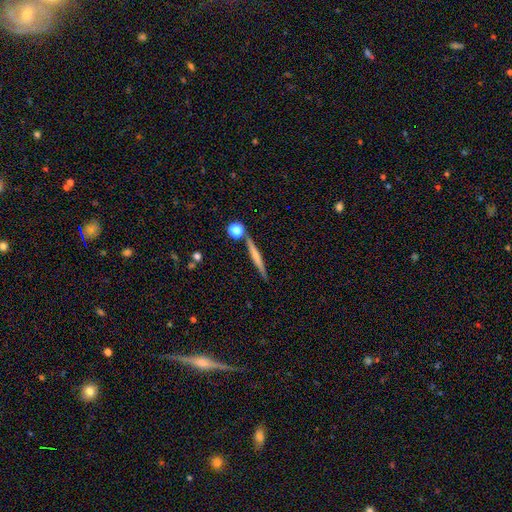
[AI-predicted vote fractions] Q: Smooth or featured?
A: smooth (47%); runner-up: featured or disk (45%)
Q: Merging?
A: none (83%); runner-up: minor disturbance (8%)